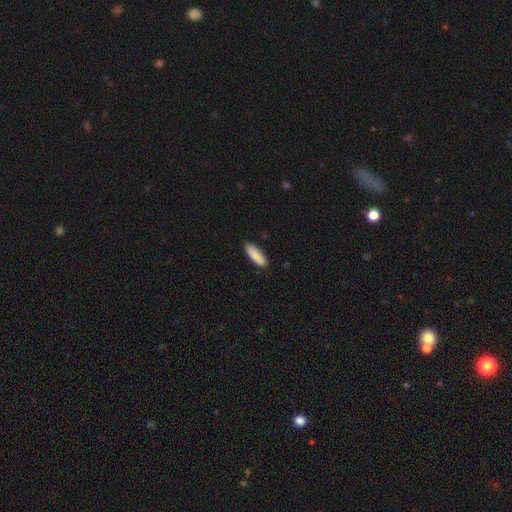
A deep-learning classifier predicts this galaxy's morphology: type=smooth (89%); roundness=in between (57%); merging=none (88%).